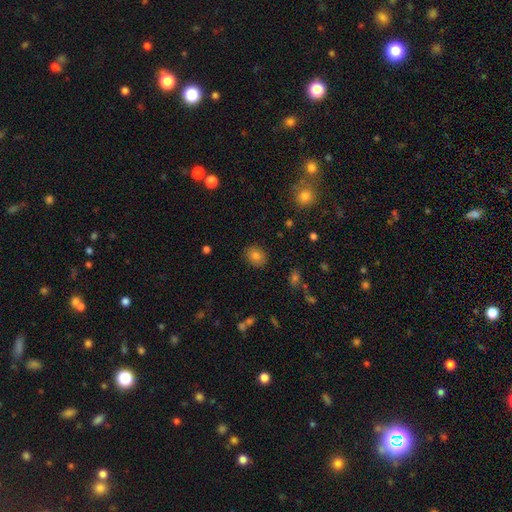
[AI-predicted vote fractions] Smooth or featured: smooth — 80% (star or artifact — 11%)
How rounded: round — 57% (in between — 42%)
Merging: none — 88% (minor disturbance — 9%)